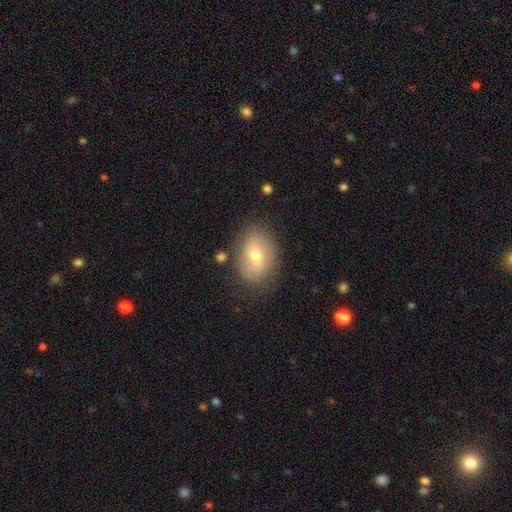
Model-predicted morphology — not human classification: A smooth galaxy with no disk features (52%) that is in between round and cigar-shaped (76%).

Vote fractions:
- Smooth or featured? smooth: 52% / featured or disk: 39% / star or artifact: 9%
- How rounded? in between: 76% / round: 23% / cigar-shaped: 1%
- Merging? none: 79% / minor disturbance: 14% / major disturbance: 5% / merger: 2%